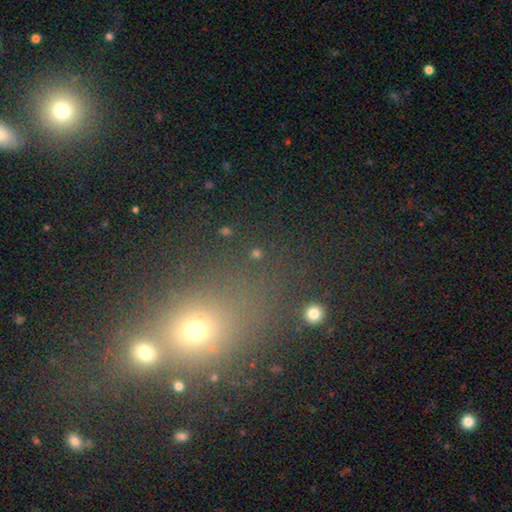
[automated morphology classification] Smooth or featured: smooth — 51% (star or artifact — 37%)
How rounded: round — 61% (in between — 35%)
Merging: none — 68% (merger — 14%)